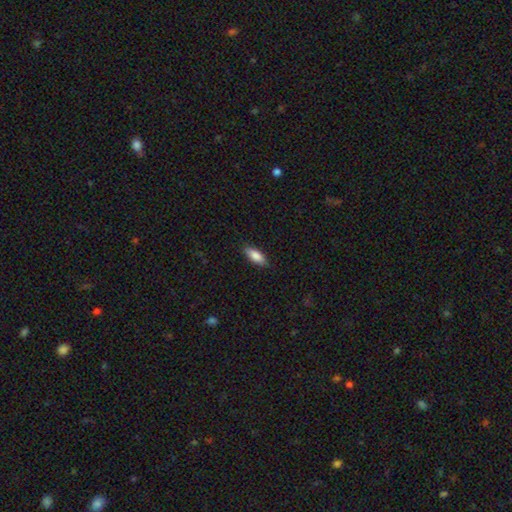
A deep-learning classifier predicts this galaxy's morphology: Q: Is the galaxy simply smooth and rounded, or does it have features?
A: smooth — 85%.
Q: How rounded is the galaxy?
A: in between — 73%.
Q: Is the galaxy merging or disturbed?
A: none — 87%.